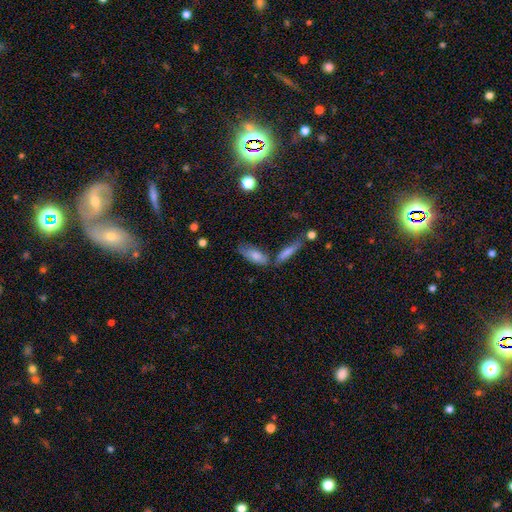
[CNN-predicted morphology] This appears to be a smooth galaxy with no disk features (66%) that is in between round and cigar-shaped (66%). Merging: none (58%).